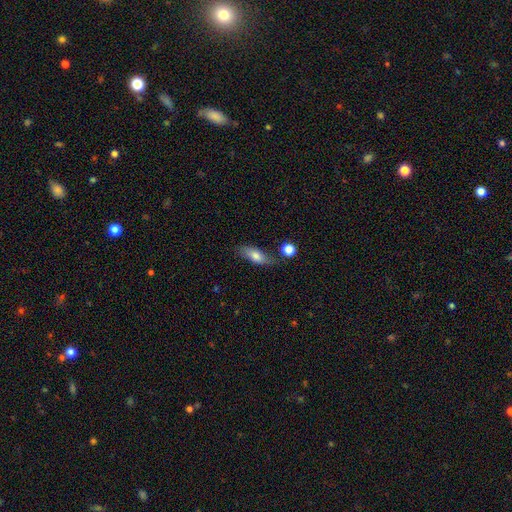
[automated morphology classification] Smooth or featured? smooth (75%)
How rounded? in between (70%)
Merging? none (69%)